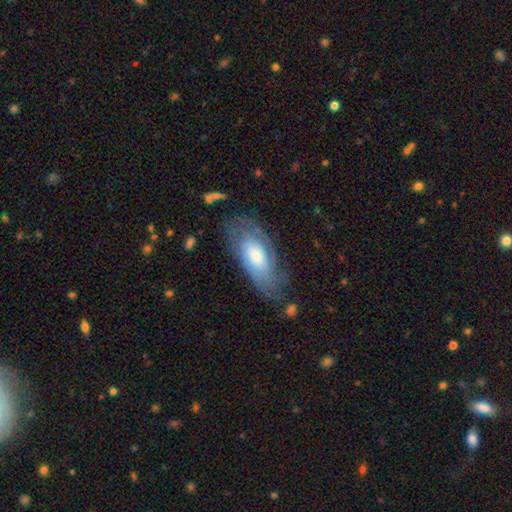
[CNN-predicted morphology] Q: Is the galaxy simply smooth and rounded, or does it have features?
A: featured or disk — 55%.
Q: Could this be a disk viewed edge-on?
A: no — 87%.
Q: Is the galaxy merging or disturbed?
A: none — 66%.